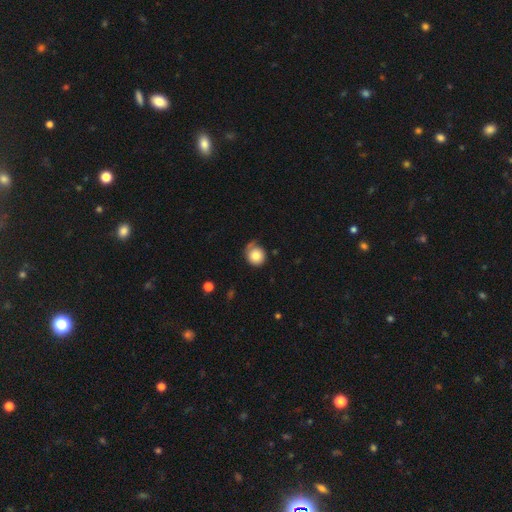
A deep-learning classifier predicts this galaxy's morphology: This is likely a smooth galaxy (77%). How rounded: clearly round (85%). Merging: possibly none (57%).